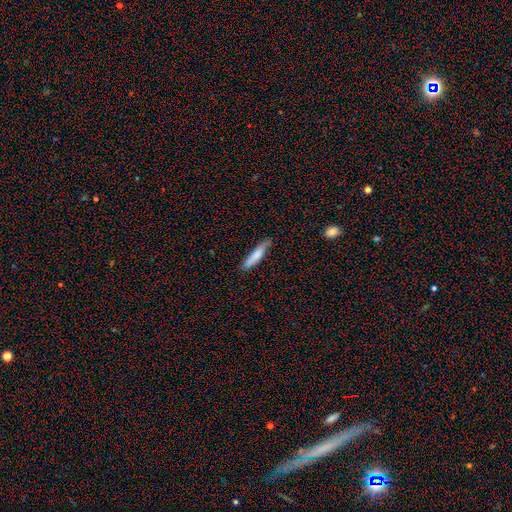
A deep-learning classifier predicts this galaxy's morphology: The model was most divided on "smooth or featured": smooth: 75%, featured or disk: 19%, star or artifact: 6%. More confident: how rounded — cigar-shaped (85%); merging — none (76%).